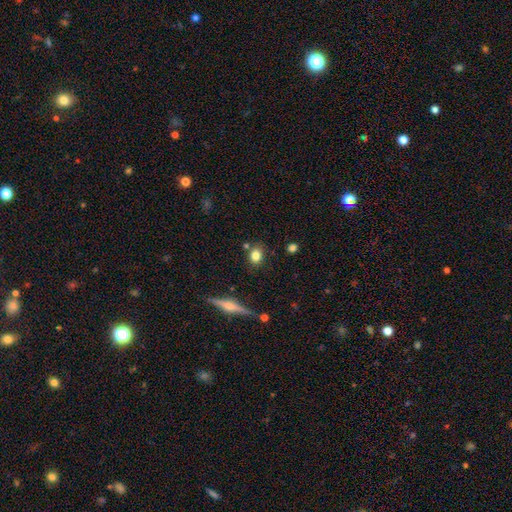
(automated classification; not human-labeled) Smooth or featured: smooth — 79% (featured or disk — 11%)
How rounded: in between — 49% (round — 48%)
Merging: none — 80% (minor disturbance — 11%)